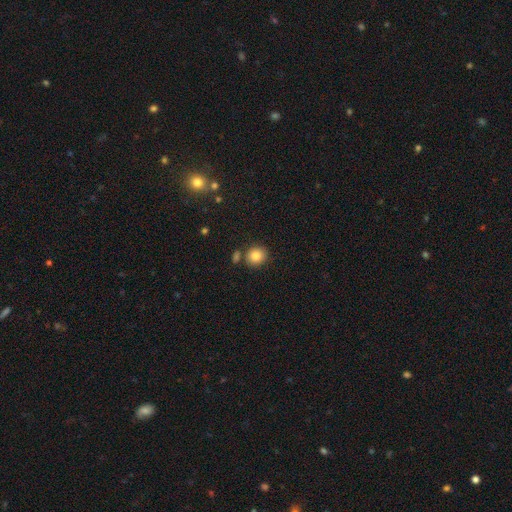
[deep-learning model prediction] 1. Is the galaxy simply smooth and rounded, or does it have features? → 84% smooth, 10% star or artifact, 6% featured or disk.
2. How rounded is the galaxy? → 81% round, 18% in between, 1% cigar-shaped.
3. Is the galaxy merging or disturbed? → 78% none, 10% merger, 9% minor disturbance, 3% major disturbance.